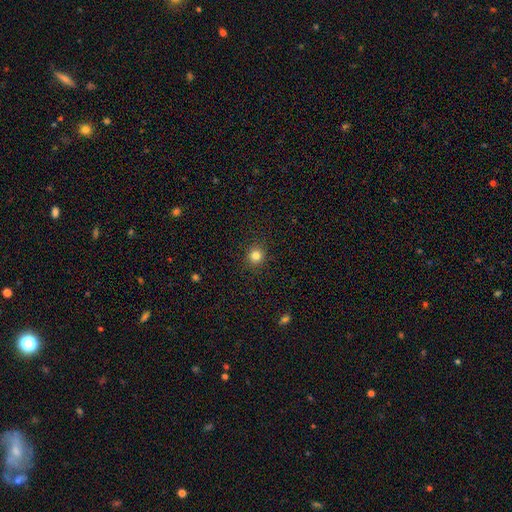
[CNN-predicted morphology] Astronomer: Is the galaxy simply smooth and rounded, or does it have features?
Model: smooth — 83%.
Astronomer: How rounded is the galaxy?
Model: round — 91%.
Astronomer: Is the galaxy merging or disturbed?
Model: none — 91%.